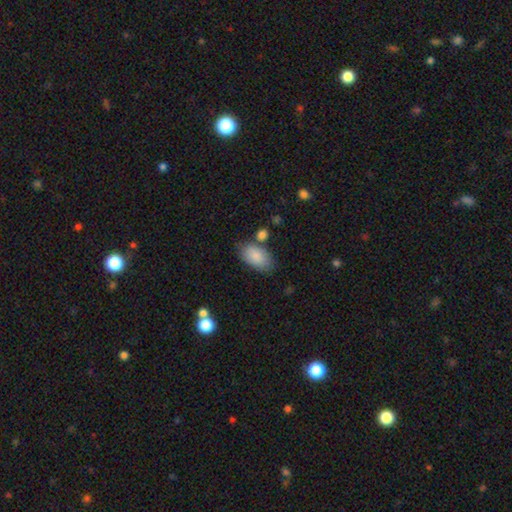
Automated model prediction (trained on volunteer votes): Smooth or featured?
  - smooth: 86% *
  - featured or disk: 8%
  - star or artifact: 6%
How rounded?
  - in between: 93% *
  - round: 5%
  - cigar-shaped: 2%
Merging?
  - none: 69% *
  - minor disturbance: 17%
  - merger: 9%
  - major disturbance: 5%